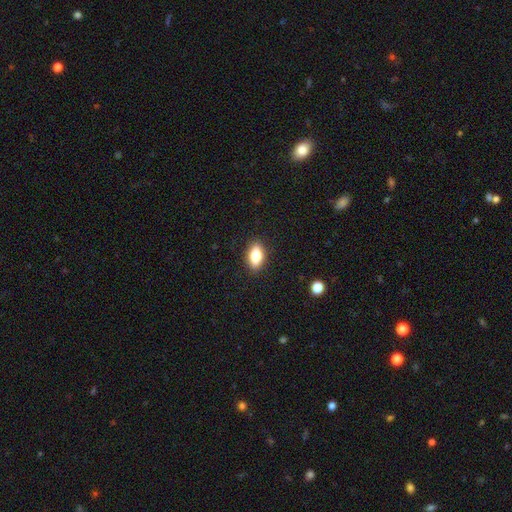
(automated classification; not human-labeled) A smooth galaxy with no disk features (81%) that is in between round and cigar-shaped (88%).

Vote fractions:
- Smooth or featured? smooth: 81% / featured or disk: 11% / star or artifact: 8%
- How rounded? in between: 88% / cigar-shaped: 6% / round: 6%
- Merging? none: 88% / minor disturbance: 8% / major disturbance: 2% / merger: 1%